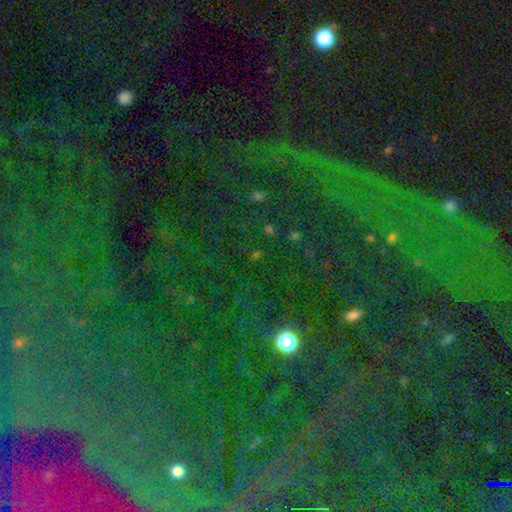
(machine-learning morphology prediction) Smooth or featured? star or artifact (67%)